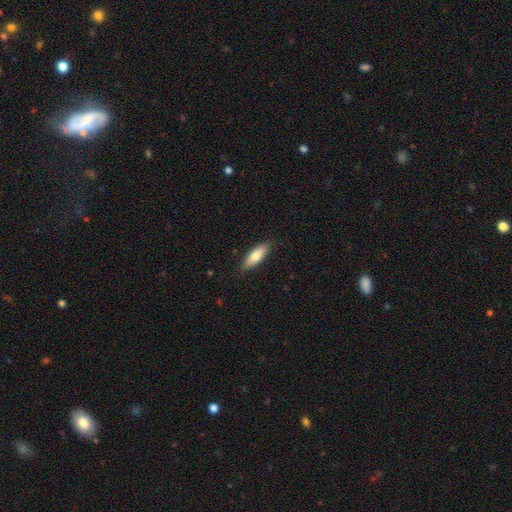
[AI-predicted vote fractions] The model was most divided on "how rounded": in between: 61%, cigar-shaped: 37%, round: 2%. More confident: merging — none (86%); smooth or featured — smooth (75%).